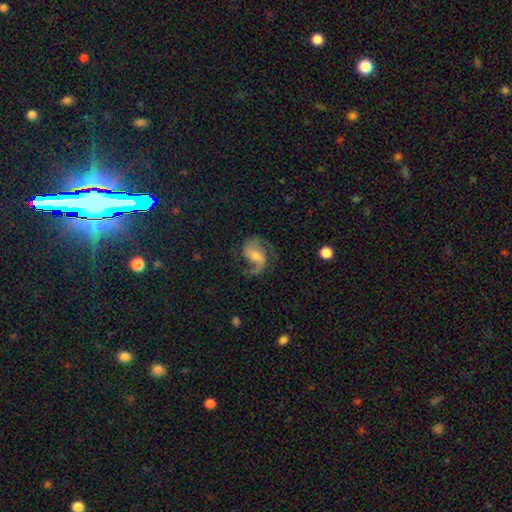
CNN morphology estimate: This appears to be a featured or disk galaxy (83%) with a weak bar (45%), 2 (83%) medium (48%) spiral arms (96%) and a moderate central bulge (43%). Merging: none (65%).